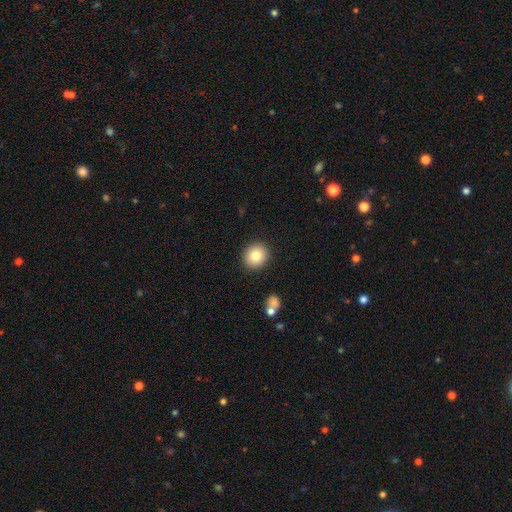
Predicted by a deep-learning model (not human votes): Smooth or featured: smooth — 84% (star or artifact — 9%)
How rounded: round — 82% (in between — 17%)
Merging: none — 90% (minor disturbance — 6%)